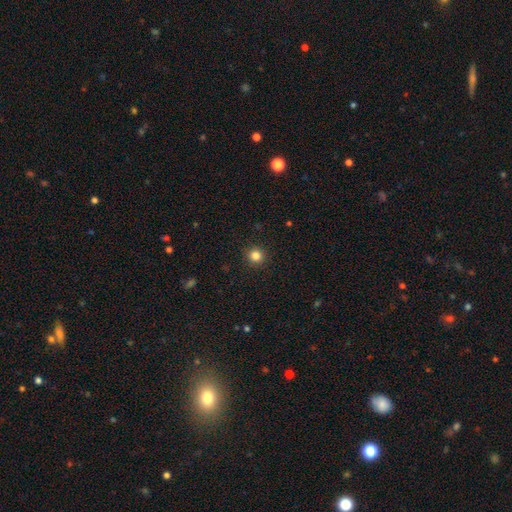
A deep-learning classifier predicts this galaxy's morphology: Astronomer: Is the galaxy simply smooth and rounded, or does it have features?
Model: smooth — 83%.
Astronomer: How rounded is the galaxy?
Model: round — 93%.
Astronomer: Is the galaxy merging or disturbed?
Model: none — 92%.